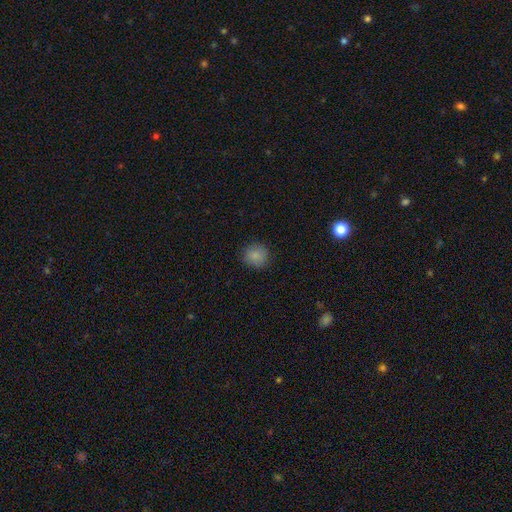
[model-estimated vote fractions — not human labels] This is clearly a smooth galaxy (85%). How rounded: clearly round (89%). Merging: clearly none (86%).